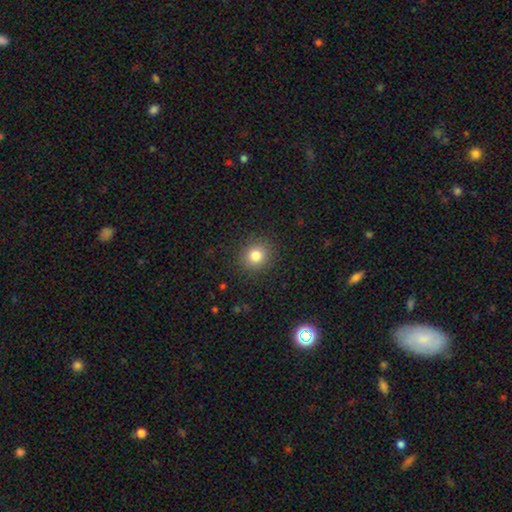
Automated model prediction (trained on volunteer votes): Morphology: type=smooth (82%); roundness=round (84%); merging=none (89%).